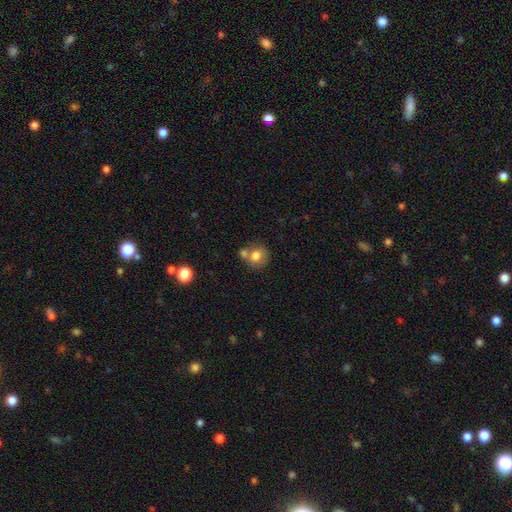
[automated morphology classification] Overall: smooth (78%). How rounded: round (82%). Merging: none (49%; merger 37%).